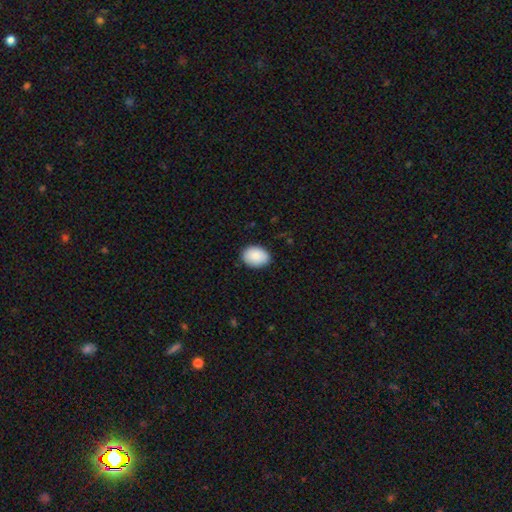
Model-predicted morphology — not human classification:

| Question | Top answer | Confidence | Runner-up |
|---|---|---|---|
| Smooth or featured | smooth | 89% | star or artifact (7%) |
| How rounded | in between | 77% | round (22%) |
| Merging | none | 86% | minor disturbance (11%) |